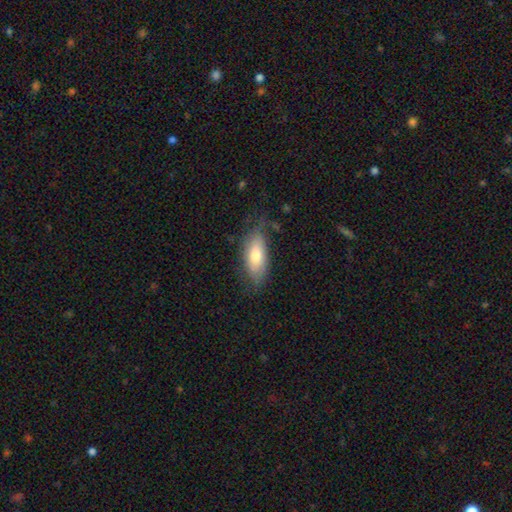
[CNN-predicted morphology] Smooth or featured? smooth (70%)
How rounded? in between (83%)
Merging? none (67%)